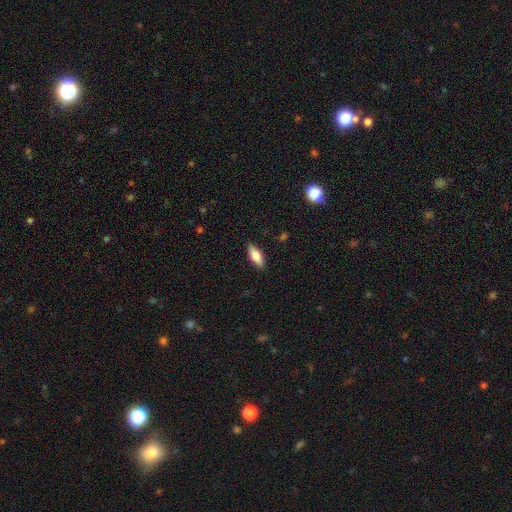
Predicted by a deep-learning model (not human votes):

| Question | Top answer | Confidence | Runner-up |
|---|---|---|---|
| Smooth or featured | smooth | 76% | featured or disk (18%) |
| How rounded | in between | 75% | cigar-shaped (22%) |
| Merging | none | 88% | minor disturbance (9%) |